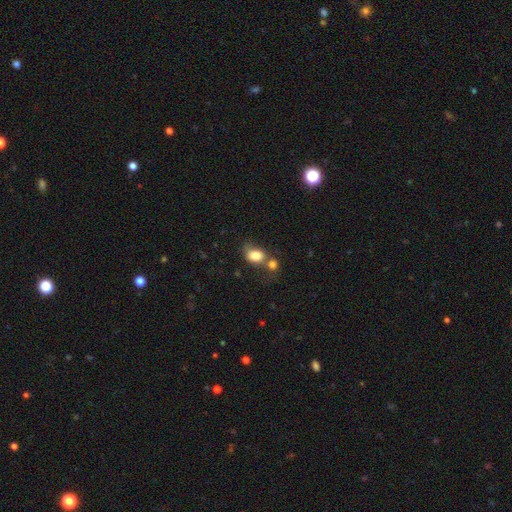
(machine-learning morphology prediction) Smooth or featured? smooth (80%)
How rounded? in between (60%)
Merging? merger (43%)